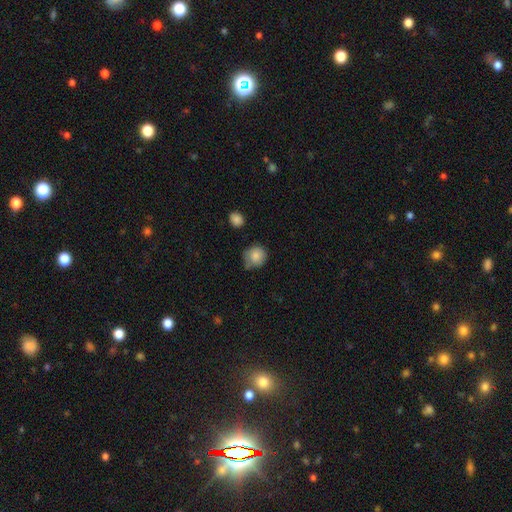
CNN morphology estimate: Smooth or featured: smooth — 83% (featured or disk — 9%)
How rounded: round — 84% (in between — 16%)
Merging: none — 60% (minor disturbance — 29%)